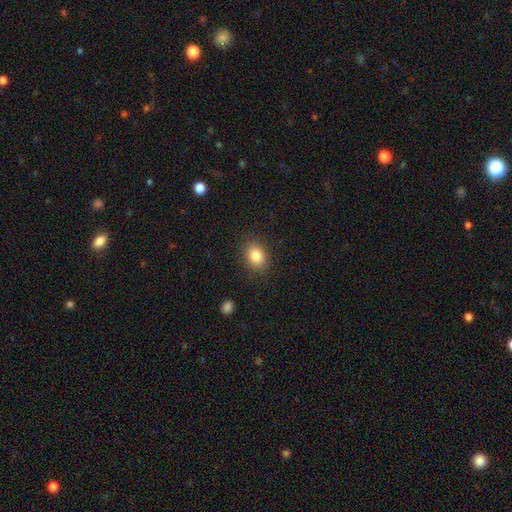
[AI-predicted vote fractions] This is clearly a smooth galaxy (83%). How rounded: possibly in between (58%). Merging: clearly none (87%).